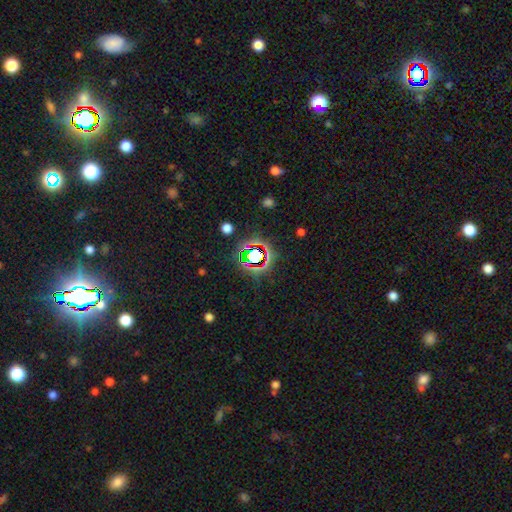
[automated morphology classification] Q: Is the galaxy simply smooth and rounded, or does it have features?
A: star or artifact — 70%.